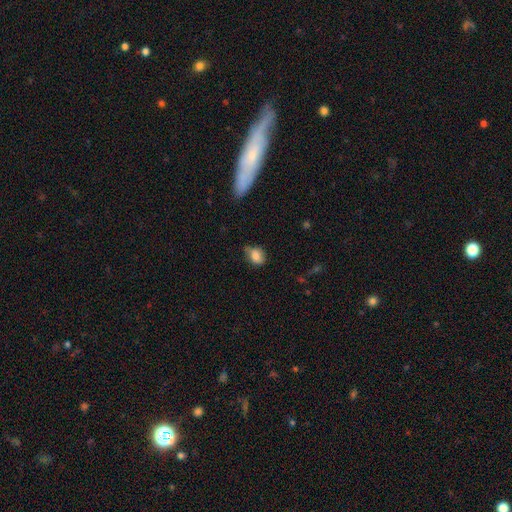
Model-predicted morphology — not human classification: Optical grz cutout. It shows a smooth galaxy with no disk features (81%) that is in between round and cigar-shaped (66%). Merging: none (54%).